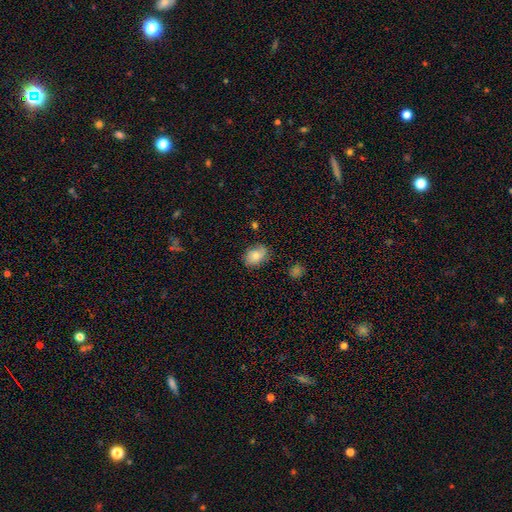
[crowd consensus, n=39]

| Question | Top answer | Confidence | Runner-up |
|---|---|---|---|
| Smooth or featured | smooth | 67% | featured or disk (23%) |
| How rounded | in between | 54% | round (46%) |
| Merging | none | 80% | minor disturbance (17%) |